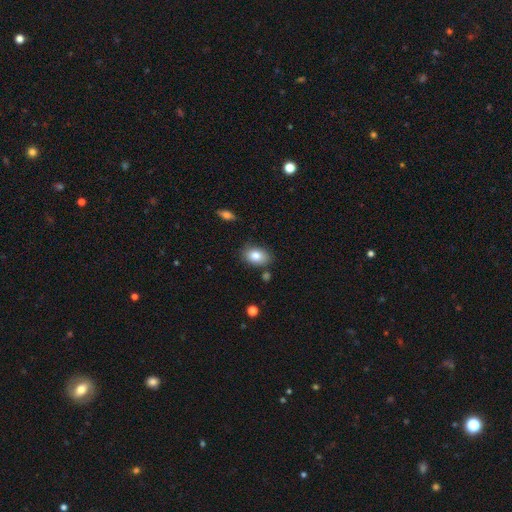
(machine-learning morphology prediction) The model was most divided on "merging": none: 80%, minor disturbance: 14%, merger: 4%, major disturbance: 3%. More confident: how rounded — in between (84%); smooth or featured — smooth (81%).